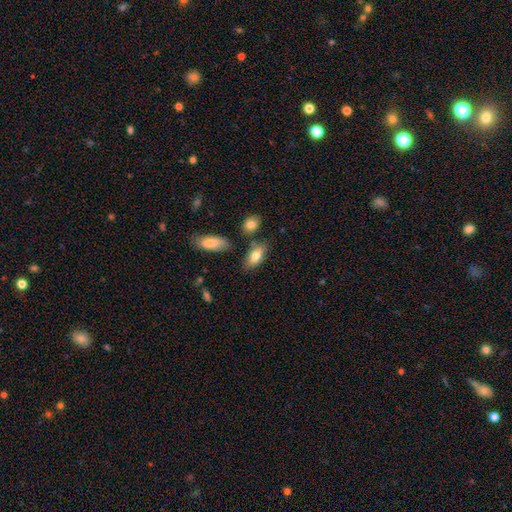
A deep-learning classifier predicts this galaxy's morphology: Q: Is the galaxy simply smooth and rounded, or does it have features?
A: smooth — 76%.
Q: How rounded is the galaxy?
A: in between — 84%.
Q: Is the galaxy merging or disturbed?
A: none — 71%.